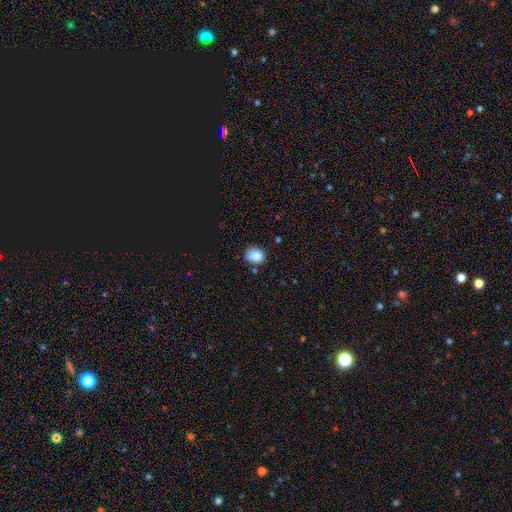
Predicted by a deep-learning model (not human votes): Smooth or featured? smooth (86%)
How rounded? round (51%)
Merging? none (84%)